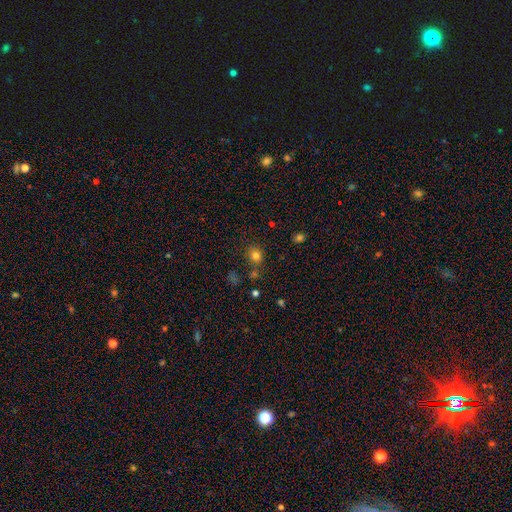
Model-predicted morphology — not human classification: This appears to be a smooth galaxy with no disk features (79%) that is round (82%). Merging: none (78%).